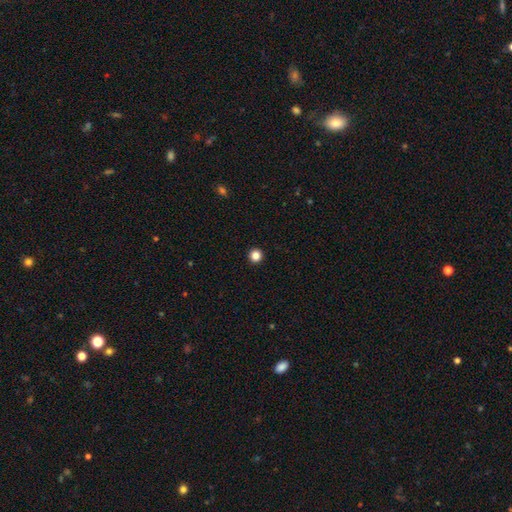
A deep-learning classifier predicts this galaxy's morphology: This appears to be a smooth galaxy with no disk features (85%) that is round (96%). Merging: none (94%).